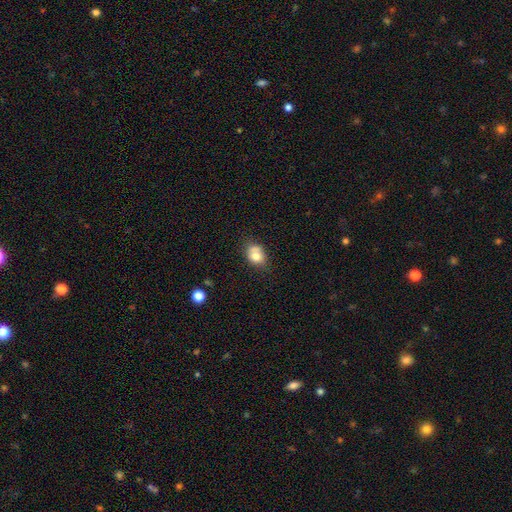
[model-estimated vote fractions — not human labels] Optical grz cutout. It shows a smooth galaxy with no disk features (75%) that is in between round and cigar-shaped (59%). Merging: none (49%).